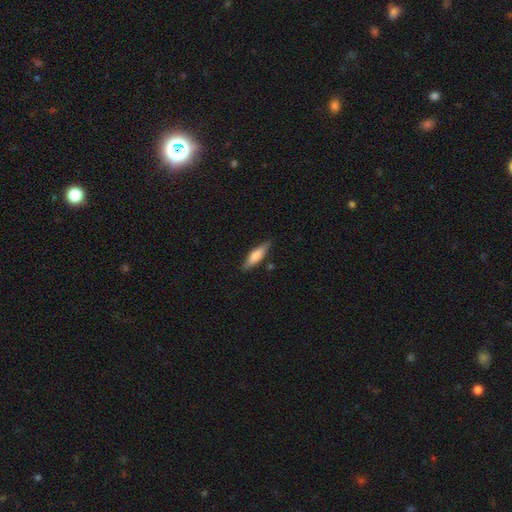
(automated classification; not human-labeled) smooth 64%, featured or disk 30%, star or artifact 6%. Down the decision tree: how rounded — cigar-shaped (68%); merging — none (83%).